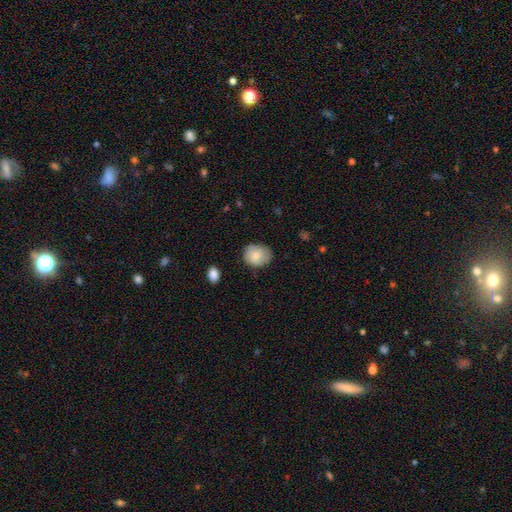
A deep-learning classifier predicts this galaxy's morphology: Q: Smooth or featured?
A: smooth (72%); runner-up: featured or disk (21%)
Q: How rounded?
A: round (68%); runner-up: in between (31%)
Q: Merging?
A: none (75%); runner-up: minor disturbance (20%)